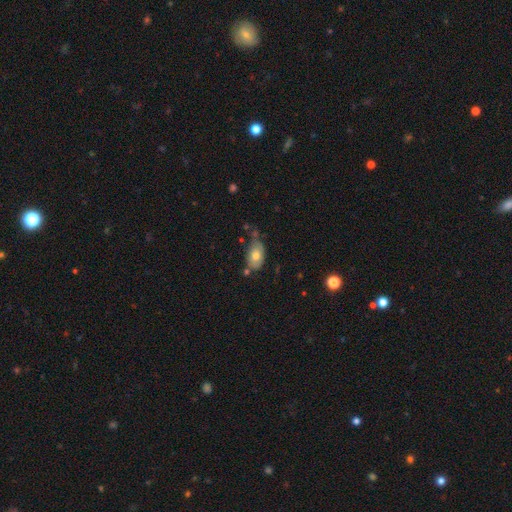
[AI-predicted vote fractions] smooth-or-featured: smooth: 72% | featured or disk: 21% | star or artifact: 8%
  how-rounded: in between: 89% | round: 9% | cigar-shaped: 2%
  merging: none: 53% | minor disturbance: 28% | merger: 12% | major disturbance: 7%